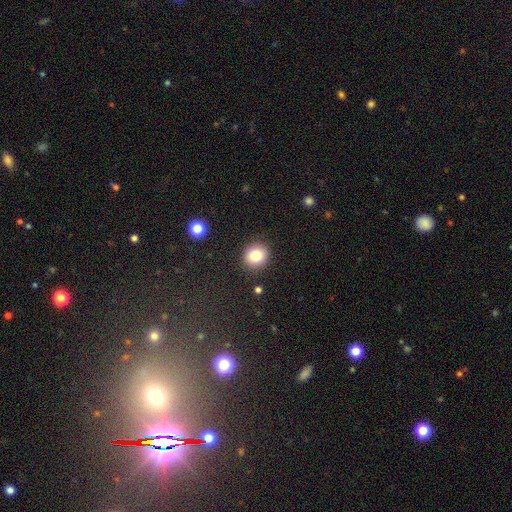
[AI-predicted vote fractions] smooth 82%, star or artifact 11%, featured or disk 8%. Down the decision tree: how rounded — round (83%); merging — none (89%).